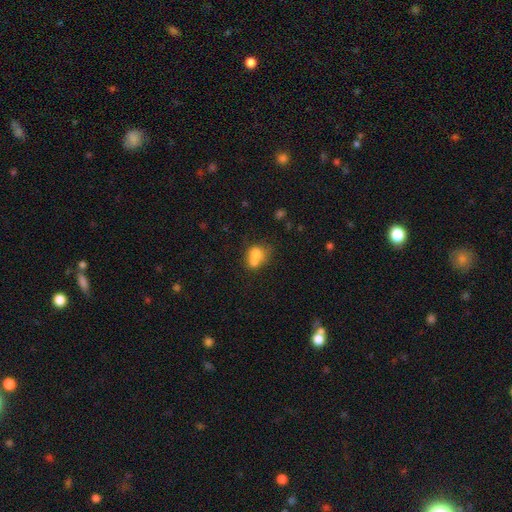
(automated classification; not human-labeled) This is likely a smooth galaxy (70%). How rounded: likely round (62%). Merging: likely merger (62%).